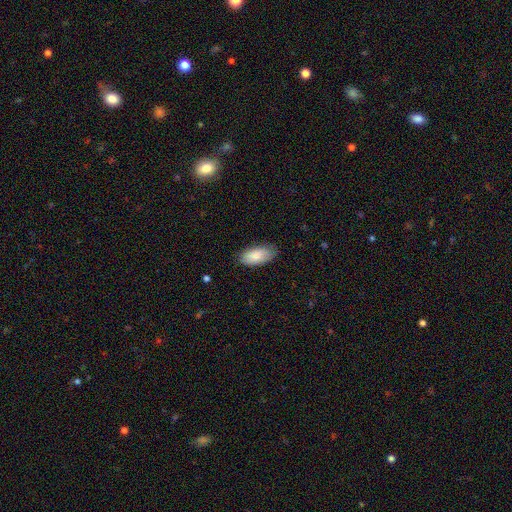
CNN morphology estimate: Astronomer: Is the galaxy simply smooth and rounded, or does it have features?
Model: smooth — 87%.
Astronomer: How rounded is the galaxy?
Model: in between — 92%.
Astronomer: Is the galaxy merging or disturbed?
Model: none — 80%.